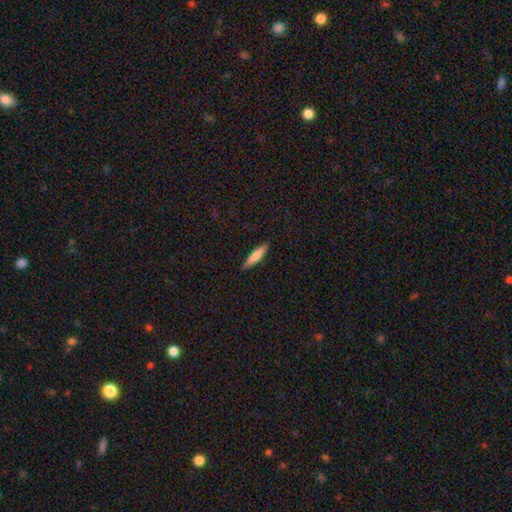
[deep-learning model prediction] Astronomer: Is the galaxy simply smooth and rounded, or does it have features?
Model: smooth — 73%.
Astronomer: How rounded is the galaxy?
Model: cigar-shaped — 85%.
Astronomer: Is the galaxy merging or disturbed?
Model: none — 90%.